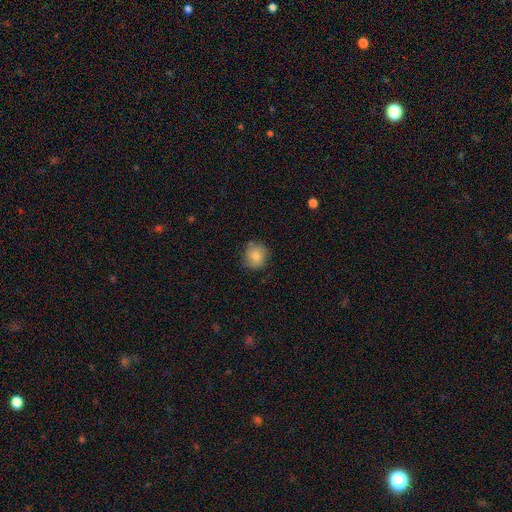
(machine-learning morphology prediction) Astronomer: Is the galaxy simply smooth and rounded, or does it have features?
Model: smooth — 79%.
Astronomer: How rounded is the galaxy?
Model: round — 86%.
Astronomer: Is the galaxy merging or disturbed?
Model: none — 76%.